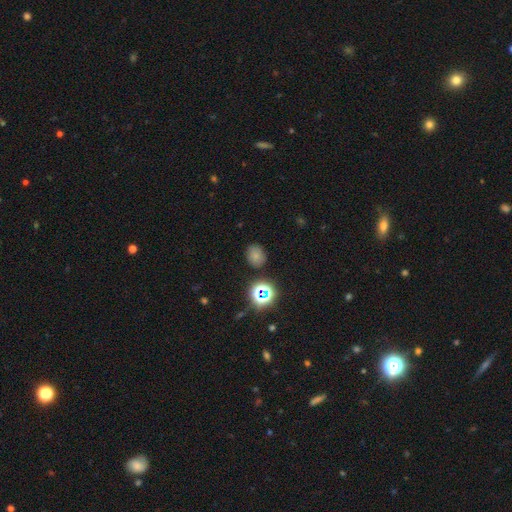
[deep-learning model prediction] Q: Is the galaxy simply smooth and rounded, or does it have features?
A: smooth — 71%.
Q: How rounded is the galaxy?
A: round — 62%.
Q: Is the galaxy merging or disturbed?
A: none — 84%.